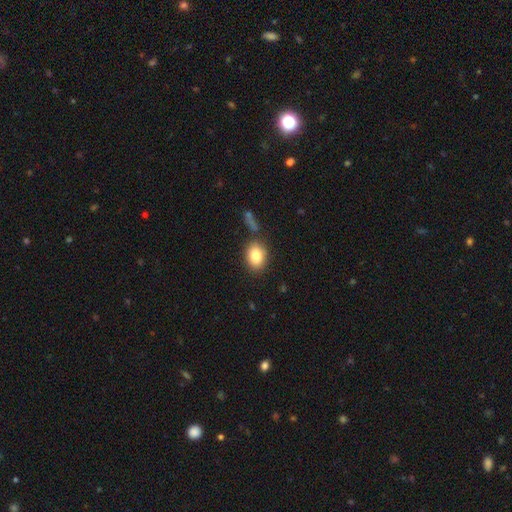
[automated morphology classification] This appears to be a smooth galaxy with no disk features (83%) that is in between round and cigar-shaped (69%). Merging: none (79%).